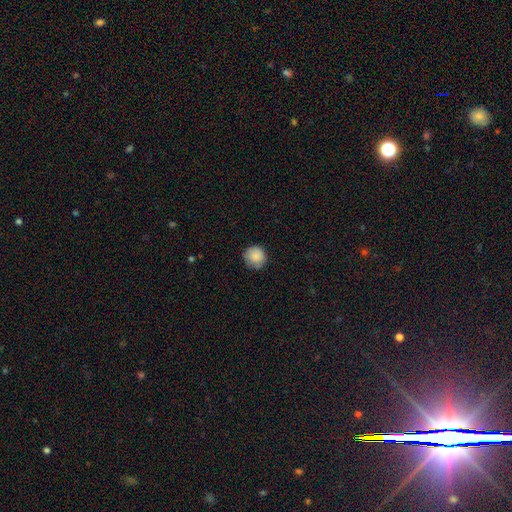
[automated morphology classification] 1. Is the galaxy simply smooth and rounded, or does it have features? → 86% smooth, 8% star or artifact, 6% featured or disk.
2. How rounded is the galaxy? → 92% round, 7% in between, 1% cigar-shaped.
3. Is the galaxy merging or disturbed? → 80% none, 16% minor disturbance, 3% major disturbance, 1% merger.